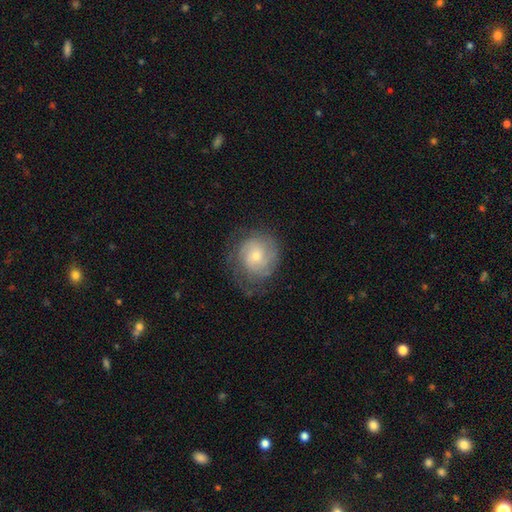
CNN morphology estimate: Smooth or featured? Predicted: featured or disk (p=0.65). Edge-on disk? Predicted: no (p=0.97). Bar? Predicted: no (p=0.72). Spiral arms? Predicted: yes (p=0.89). Spiral winding? Predicted: tight (p=0.60). Spiral arm count? Predicted: can't tell (p=0.40). Bulge size? Predicted: small (p=0.54). Merging? Predicted: none (p=0.66).